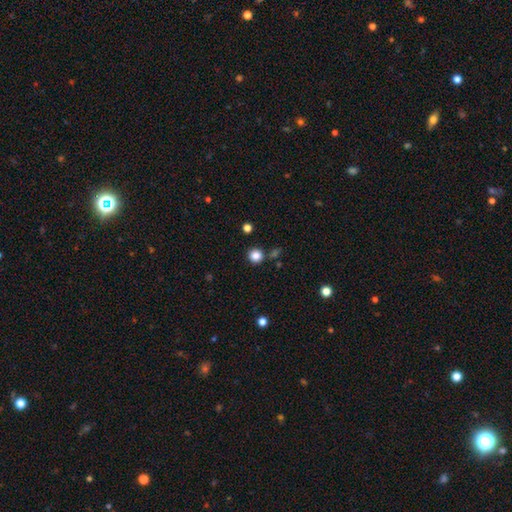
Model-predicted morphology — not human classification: Smooth or featured?
  - smooth: 84% *
  - star or artifact: 12%
  - featured or disk: 4%
How rounded?
  - round: 93% *
  - in between: 6%
  - cigar-shaped: 1%
Merging?
  - none: 85% *
  - minor disturbance: 7%
  - merger: 5%
  - major disturbance: 2%